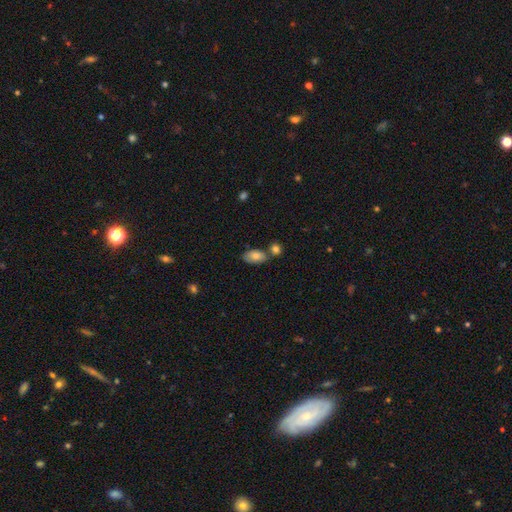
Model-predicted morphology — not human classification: This appears to be a smooth galaxy with no disk features (78%) that is in between round and cigar-shaped (92%). Merging: none (59%).